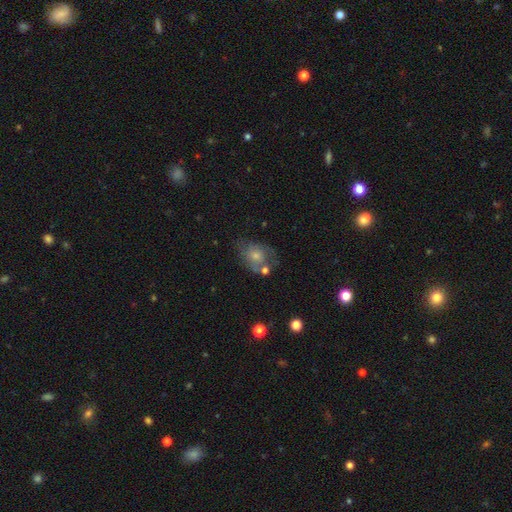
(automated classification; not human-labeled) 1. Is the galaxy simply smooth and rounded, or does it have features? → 58% smooth, 33% featured or disk, 9% star or artifact.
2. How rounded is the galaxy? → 59% in between, 40% round, 1% cigar-shaped.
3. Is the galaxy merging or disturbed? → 41% none, 27% minor disturbance, 18% major disturbance, 14% merger.